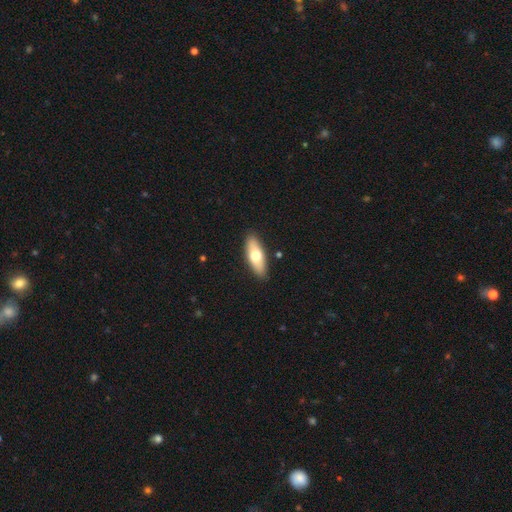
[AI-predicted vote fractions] A smooth galaxy with no disk features (66%) that is in between round and cigar-shaped (70%).

Vote fractions:
- Smooth or featured? smooth: 66% / featured or disk: 29% / star or artifact: 6%
- How rounded? in between: 70% / cigar-shaped: 27% / round: 2%
- Merging? none: 88% / minor disturbance: 8% / major disturbance: 2% / merger: 1%